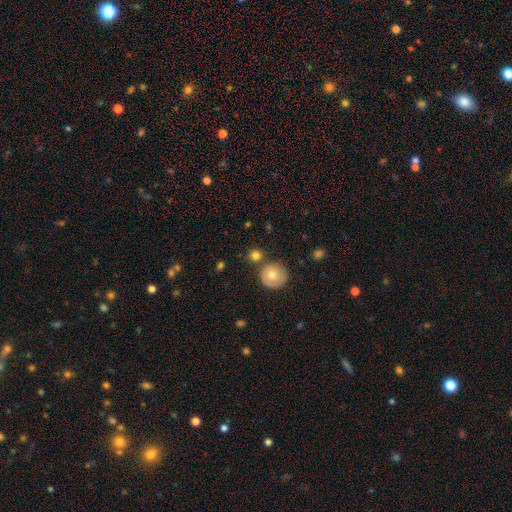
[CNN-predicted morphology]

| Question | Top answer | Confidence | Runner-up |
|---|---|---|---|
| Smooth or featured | smooth | 77% | featured or disk (14%) |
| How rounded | round | 91% | in between (8%) |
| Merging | none | 72% | merger (16%) |